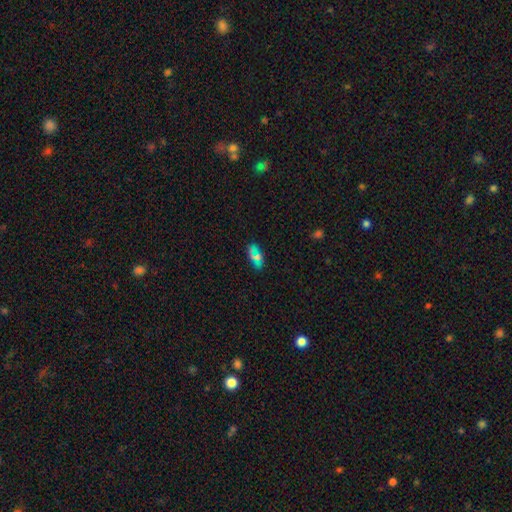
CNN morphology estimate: This appears to be a smooth galaxy with no disk features (57%) that is in between round and cigar-shaped (85%). Merging: none (79%).